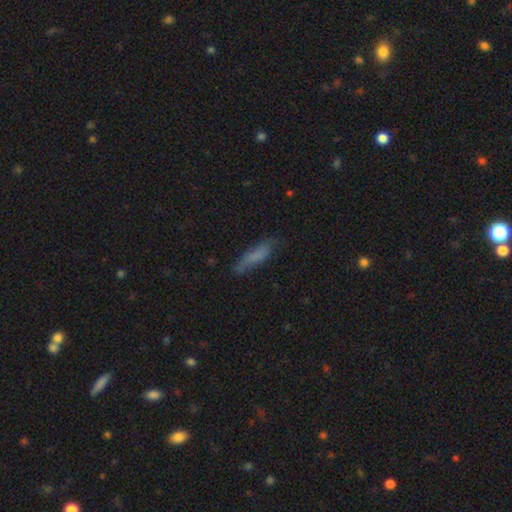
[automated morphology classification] A smooth galaxy with no disk features (72%) that is cigar-shaped (70%).

Vote fractions:
- Smooth or featured? smooth: 72% / featured or disk: 19% / star or artifact: 9%
- How rounded? cigar-shaped: 70% / in between: 28% / round: 2%
- Merging? none: 66% / minor disturbance: 24% / major disturbance: 7% / merger: 2%